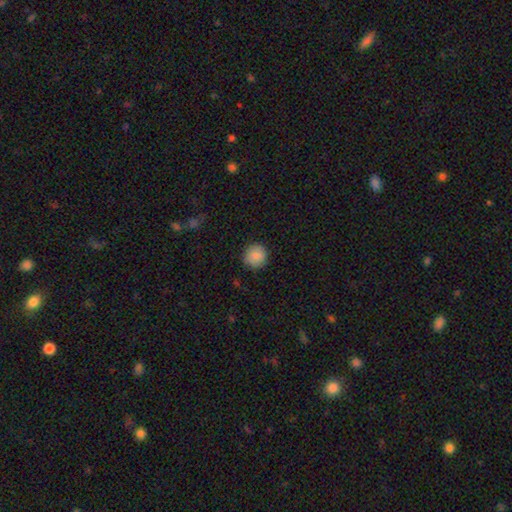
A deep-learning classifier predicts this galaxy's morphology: smooth 87%, star or artifact 7%, featured or disk 6%. Down the decision tree: how rounded — round (92%); merging — none (85%).